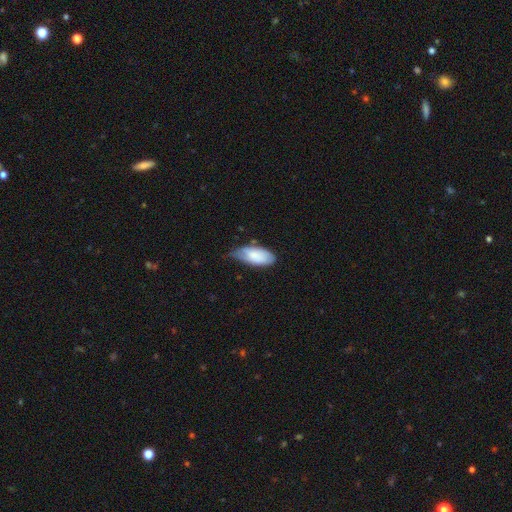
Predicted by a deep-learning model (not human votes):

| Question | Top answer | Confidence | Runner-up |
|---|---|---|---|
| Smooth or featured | smooth | 75% | featured or disk (19%) |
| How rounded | in between | 89% | cigar-shaped (10%) |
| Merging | none | 46% | minor disturbance (43%) |